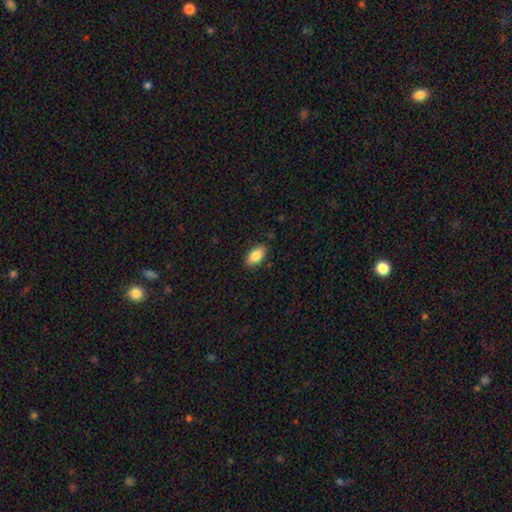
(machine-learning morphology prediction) A smooth galaxy with no disk features (85%) that is in between round and cigar-shaped (93%).

Vote fractions:
- Smooth or featured? smooth: 85% / featured or disk: 9% / star or artifact: 7%
- How rounded? in between: 93% / cigar-shaped: 4% / round: 3%
- Merging? none: 87% / minor disturbance: 10% / major disturbance: 2% / merger: 1%